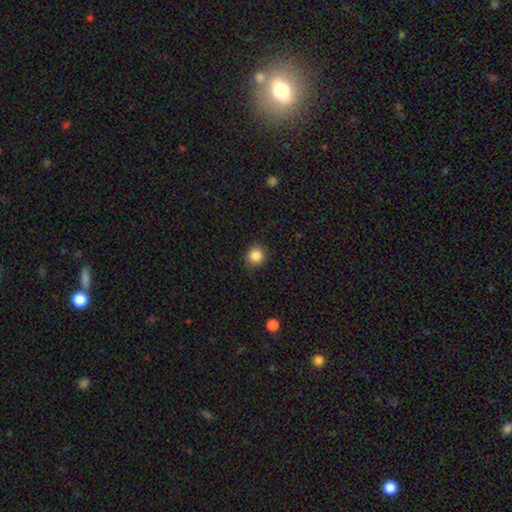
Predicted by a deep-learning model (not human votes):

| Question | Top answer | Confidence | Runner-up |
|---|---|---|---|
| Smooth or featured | smooth | 86% | star or artifact (10%) |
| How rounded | round | 88% | in between (11%) |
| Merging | none | 84% | minor disturbance (12%) |